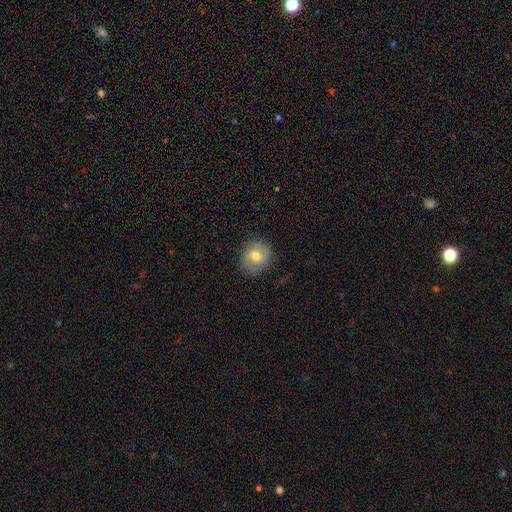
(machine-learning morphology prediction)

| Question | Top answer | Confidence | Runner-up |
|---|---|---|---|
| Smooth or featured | smooth | 70% | featured or disk (22%) |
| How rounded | round | 75% | in between (24%) |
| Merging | none | 80% | minor disturbance (15%) |